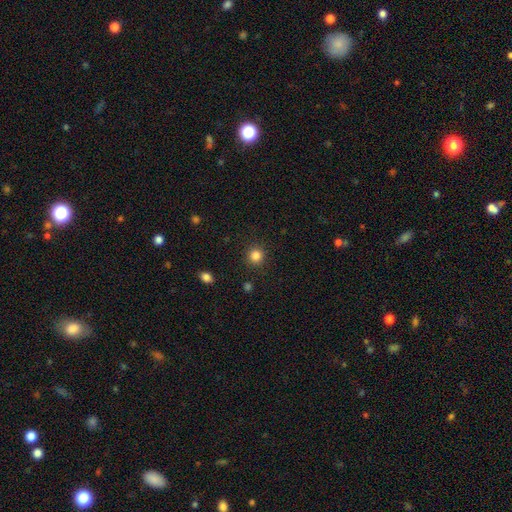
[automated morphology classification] Smooth or featured?
  - smooth: 84% *
  - star or artifact: 12%
  - featured or disk: 4%
How rounded?
  - round: 92% *
  - in between: 7%
  - cigar-shaped: 1%
Merging?
  - none: 90% *
  - minor disturbance: 6%
  - major disturbance: 2%
  - merger: 1%